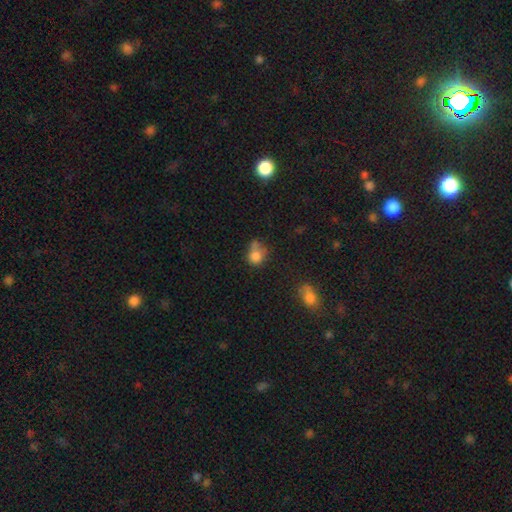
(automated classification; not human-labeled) This is likely a smooth galaxy (78%). How rounded: likely round (69%). Merging: marginally none (40%).